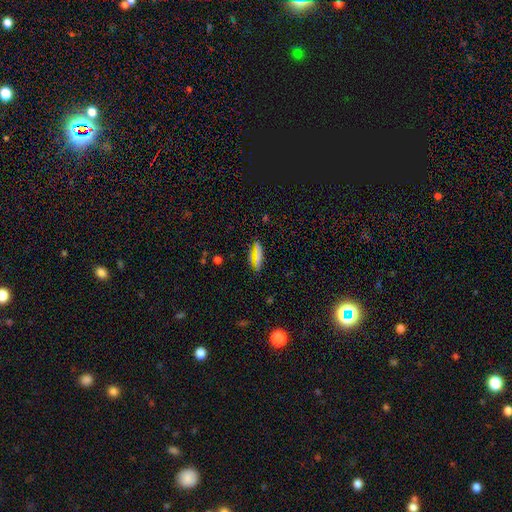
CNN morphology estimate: This is likely a smooth galaxy (63%). How rounded: likely in between (64%). Merging: likely none (75%).